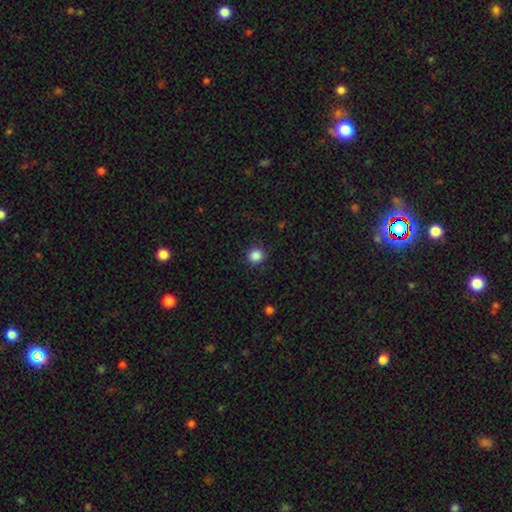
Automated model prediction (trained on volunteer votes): A smooth galaxy with no disk features (87%) that is round (92%). Merging: none (90%).